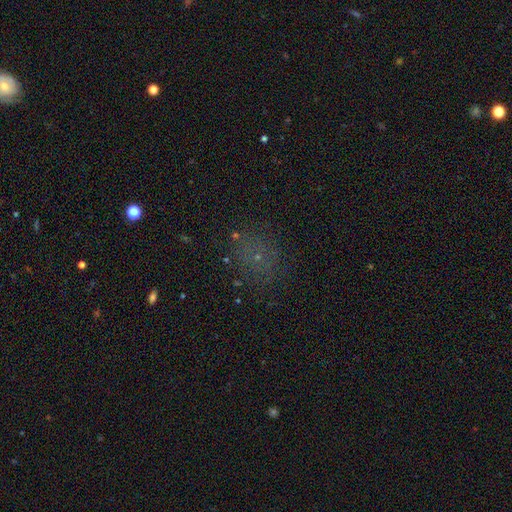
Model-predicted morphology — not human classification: This appears to be a smooth galaxy with no disk features (49%). Merging: none (79%).